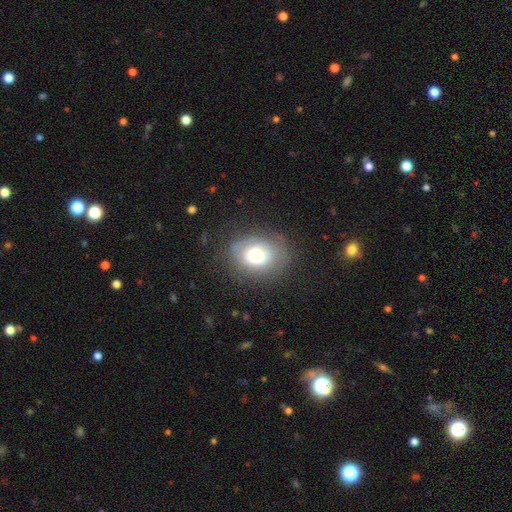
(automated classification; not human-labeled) Smooth or featured? Predicted: smooth (p=0.62). How rounded? Predicted: in between (p=0.50). Merging? Predicted: none (p=0.68).